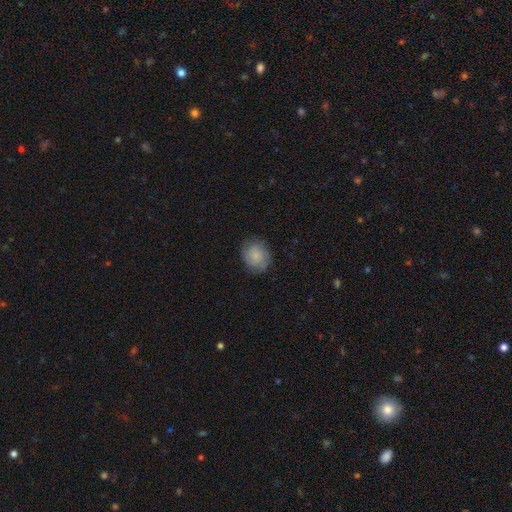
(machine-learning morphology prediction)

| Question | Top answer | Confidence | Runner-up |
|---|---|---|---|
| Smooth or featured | smooth | 78% | featured or disk (14%) |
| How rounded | round | 67% | in between (32%) |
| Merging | none | 80% | minor disturbance (15%) |